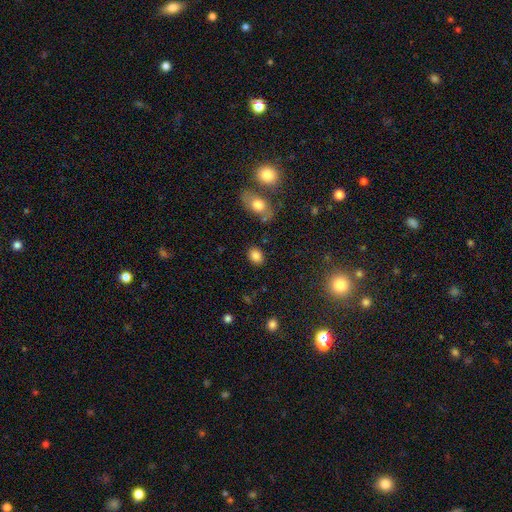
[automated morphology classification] type=smooth (85%); roundness=in between (58%); merging=none (84%).